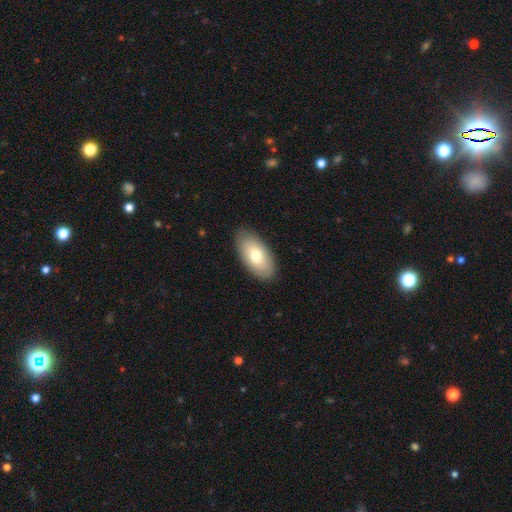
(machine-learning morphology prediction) A smooth galaxy with no disk features (73%) that is in between round and cigar-shaped (94%).

Vote fractions:
- Smooth or featured? smooth: 73% / featured or disk: 21% / star or artifact: 6%
- How rounded? in between: 94% / cigar-shaped: 3% / round: 3%
- Merging? none: 86% / minor disturbance: 11% / major disturbance: 2% / merger: 1%